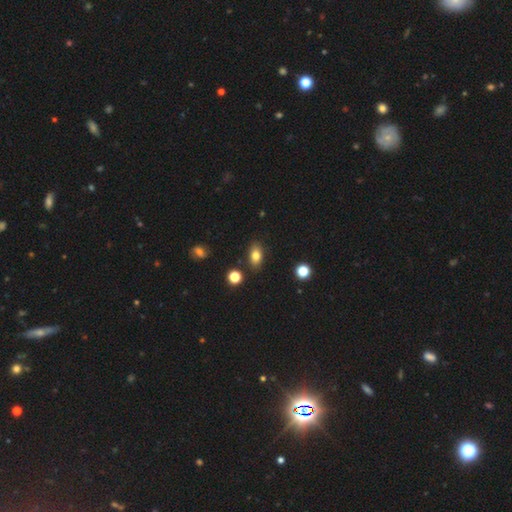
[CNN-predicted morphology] Smooth or featured?
  - smooth: 79% *
  - featured or disk: 11%
  - star or artifact: 10%
How rounded?
  - in between: 85% *
  - round: 11%
  - cigar-shaped: 5%
Merging?
  - none: 85% *
  - minor disturbance: 10%
  - merger: 3%
  - major disturbance: 2%